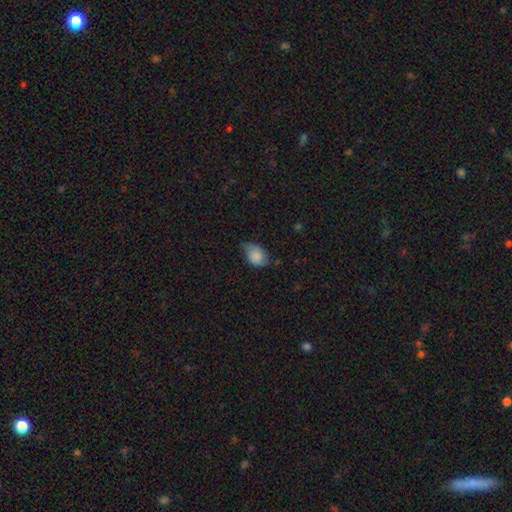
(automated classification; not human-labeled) smooth 81%, featured or disk 11%, star or artifact 8%. Down the decision tree: how rounded — in between (76%); merging — minor disturbance (46%).